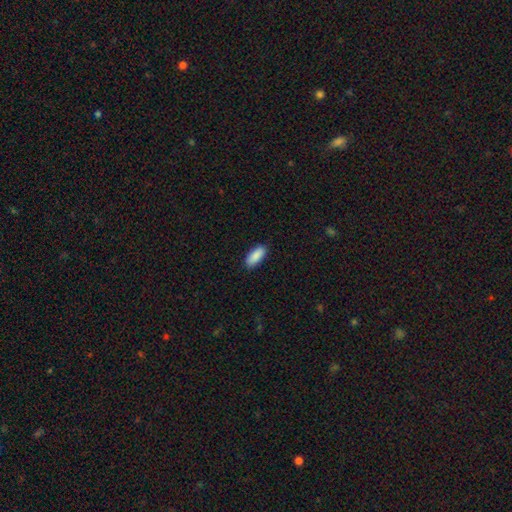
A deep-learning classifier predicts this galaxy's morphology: Overall: smooth (90%). How rounded: in between (82%). Merging: none (89%).